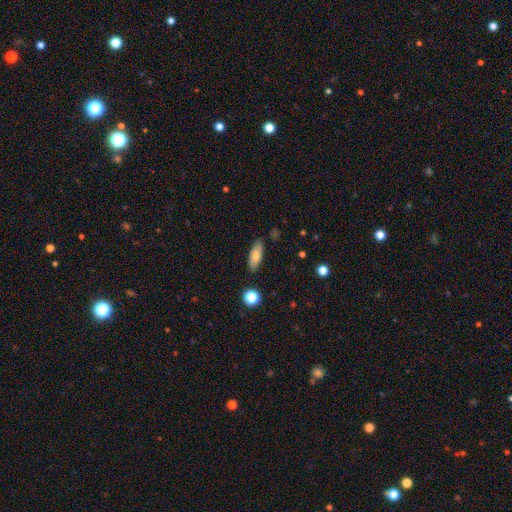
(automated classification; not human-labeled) The model was most divided on "how rounded": in between: 64%, cigar-shaped: 33%, round: 3%. More confident: merging — none (85%); smooth or featured — smooth (75%).